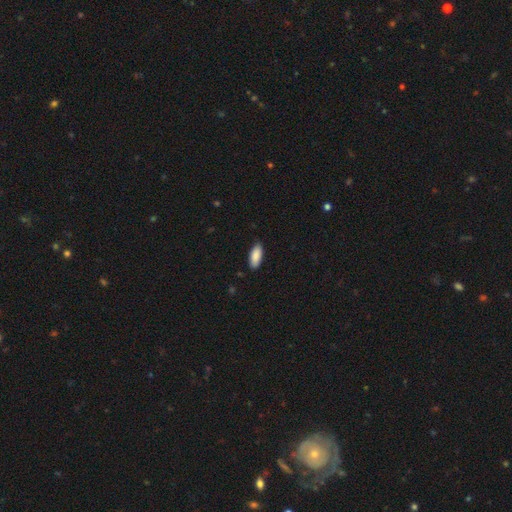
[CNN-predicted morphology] Overall: smooth (89%). How rounded: in between (85%). Merging: none (85%).